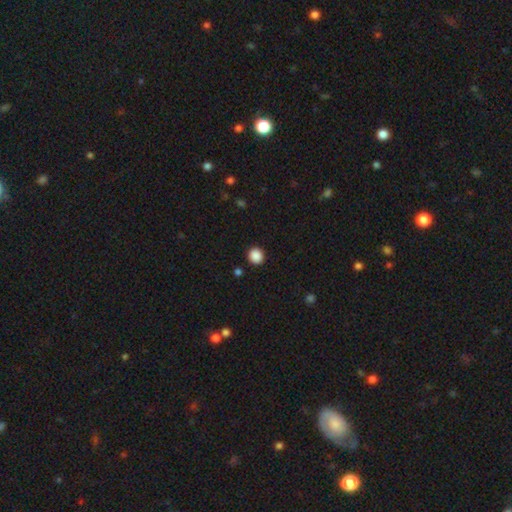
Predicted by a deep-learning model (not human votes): The model was most divided on "smooth or featured": smooth: 88%, star or artifact: 10%, featured or disk: 2%. More confident: merging — none (92%); how rounded — round (90%).